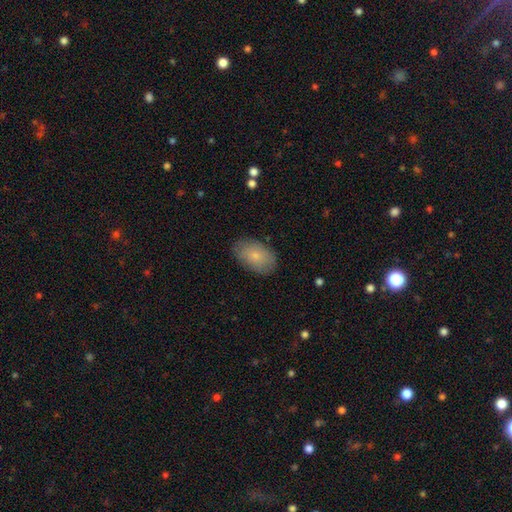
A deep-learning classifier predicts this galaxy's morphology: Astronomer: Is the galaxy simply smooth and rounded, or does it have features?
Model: smooth — 79%.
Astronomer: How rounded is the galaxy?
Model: in between — 89%.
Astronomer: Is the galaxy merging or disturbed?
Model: none — 83%.